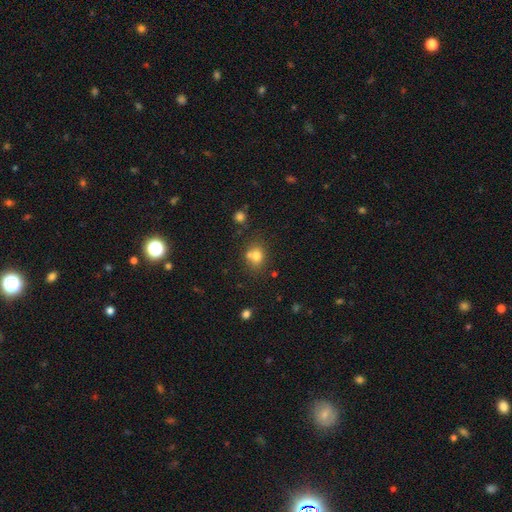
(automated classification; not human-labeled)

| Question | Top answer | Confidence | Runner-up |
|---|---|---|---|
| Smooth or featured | smooth | 75% | star or artifact (13%) |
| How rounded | round | 61% | in between (38%) |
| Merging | none | 56% | merger (26%) |